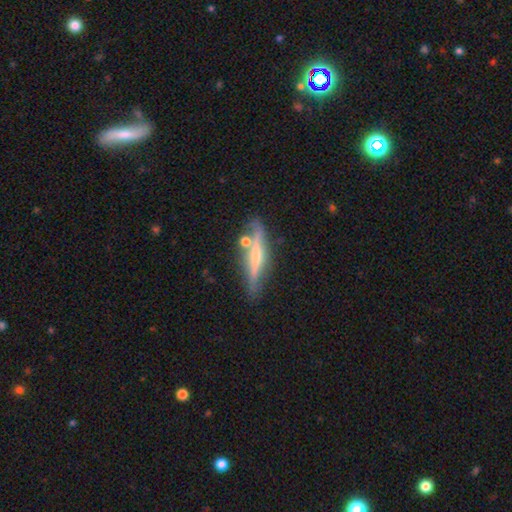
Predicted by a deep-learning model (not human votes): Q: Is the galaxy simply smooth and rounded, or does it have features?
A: featured or disk — 62%.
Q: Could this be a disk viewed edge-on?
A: yes — 93%.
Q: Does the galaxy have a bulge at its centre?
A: rounded — 53%.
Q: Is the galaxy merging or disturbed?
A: none — 74%.